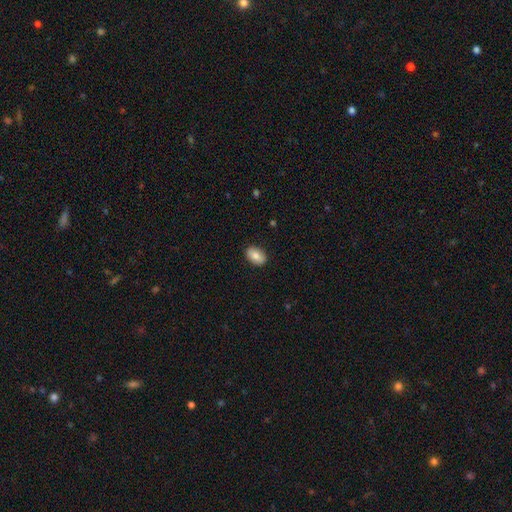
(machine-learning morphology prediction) This is clearly a smooth galaxy (81%). How rounded: clearly in between (89%). Merging: clearly none (89%).